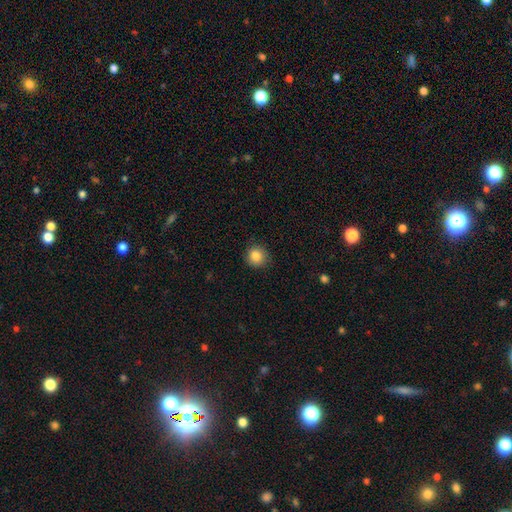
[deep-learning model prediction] smooth-or-featured: smooth: 85% | star or artifact: 10% | featured or disk: 5%
  how-rounded: round: 90% | in between: 9% | cigar-shaped: 1%
  merging: none: 85% | minor disturbance: 11% | major disturbance: 3% | merger: 1%